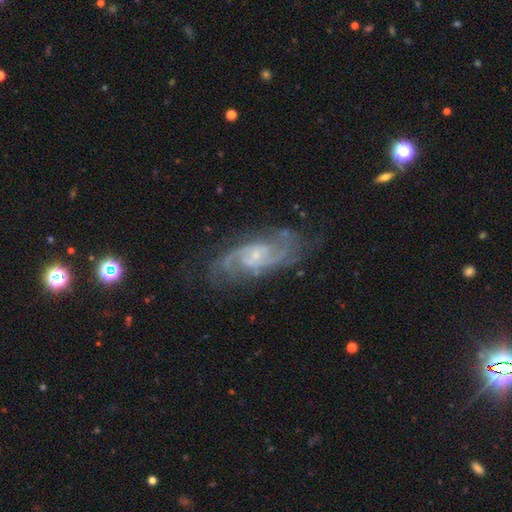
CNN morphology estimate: The model was most divided on "bar": no: 50%, weak: 42%, strong: 8%. Remaining: spiral arms — yes (97%); edge-on disk — no (95%); smooth or featured — featured or disk (88%); merging — none (72%); bulge size — small (72%); spiral arm count — 2 (64%); spiral winding — medium (49%).